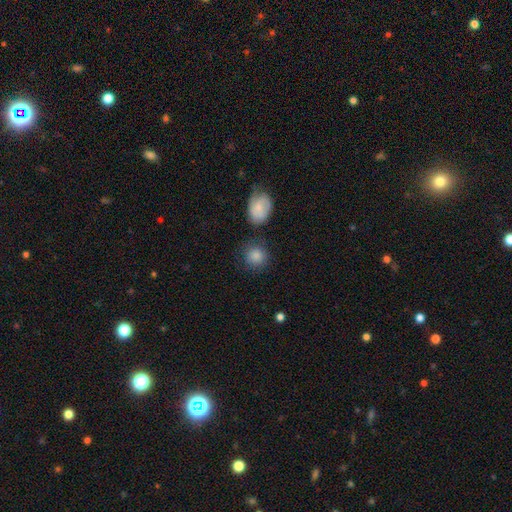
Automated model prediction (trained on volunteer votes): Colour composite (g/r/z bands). It shows a smooth galaxy with no disk features (86%) that is round (87%). Merging: none (76%).